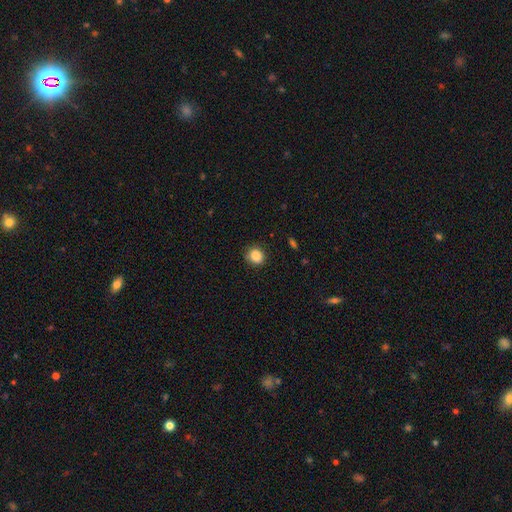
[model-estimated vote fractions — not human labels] Q: Smooth or featured?
A: smooth (86%); runner-up: star or artifact (10%)
Q: How rounded?
A: round (80%); runner-up: in between (19%)
Q: Merging?
A: none (86%); runner-up: minor disturbance (11%)